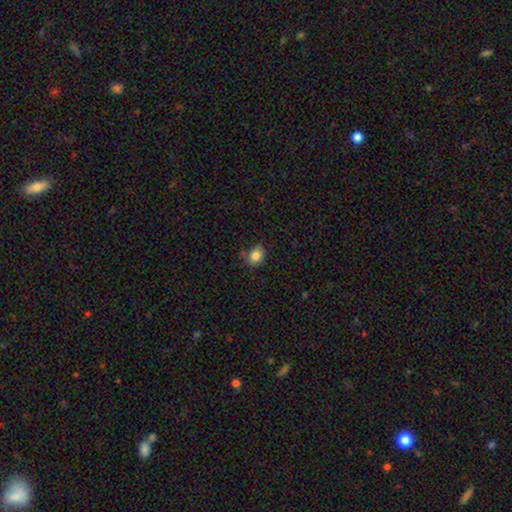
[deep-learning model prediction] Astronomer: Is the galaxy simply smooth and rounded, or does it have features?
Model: smooth — 84%.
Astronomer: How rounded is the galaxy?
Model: round — 55% (runner-up: in between, 44%).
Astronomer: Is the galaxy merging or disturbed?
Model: none — 75%.